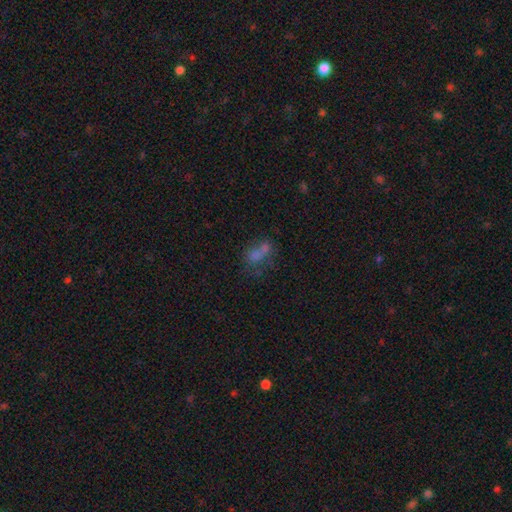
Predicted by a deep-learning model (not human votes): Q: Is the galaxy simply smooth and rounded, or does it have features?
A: smooth — 58%.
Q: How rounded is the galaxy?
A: in between — 67%.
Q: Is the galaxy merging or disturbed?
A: merger — 48%.